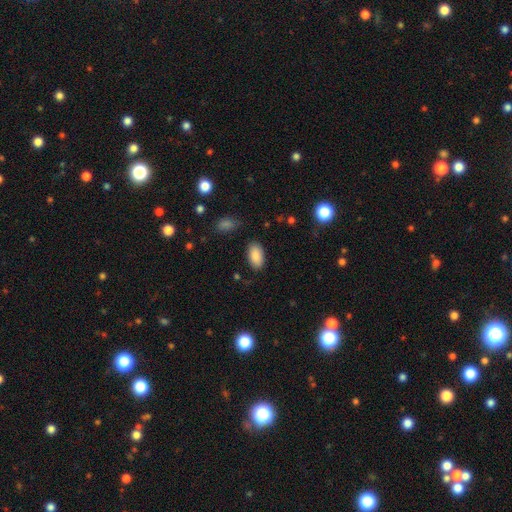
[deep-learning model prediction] Smooth or featured?
  - smooth: 88% *
  - star or artifact: 7%
  - featured or disk: 5%
How rounded?
  - in between: 95% *
  - round: 4%
  - cigar-shaped: 2%
Merging?
  - none: 85% *
  - minor disturbance: 11%
  - major disturbance: 3%
  - merger: 2%